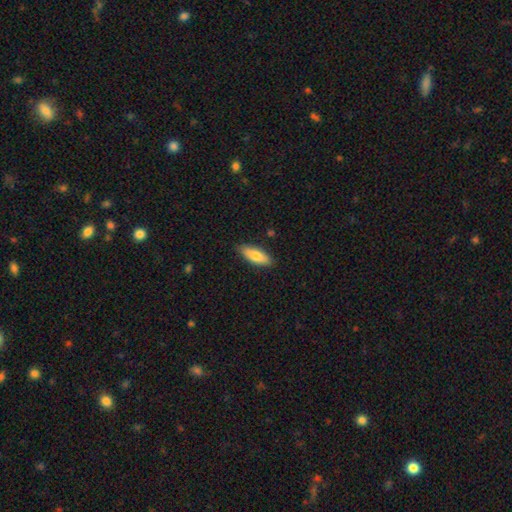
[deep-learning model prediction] Smooth or featured?
  - smooth: 75% *
  - featured or disk: 19%
  - star or artifact: 6%
How rounded?
  - in between: 67% *
  - cigar-shaped: 31%
  - round: 2%
Merging?
  - none: 86% *
  - minor disturbance: 11%
  - major disturbance: 2%
  - merger: 1%